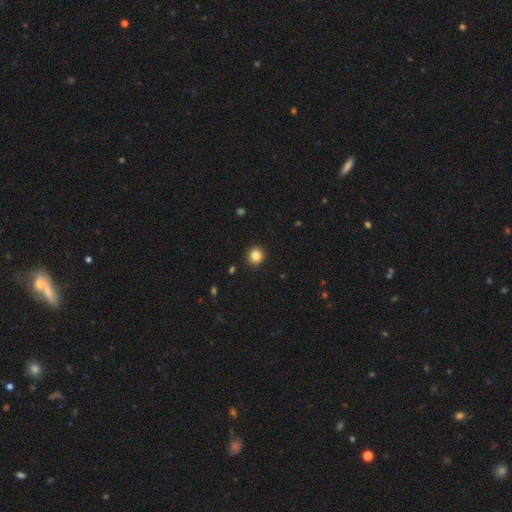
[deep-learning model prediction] Smooth or featured: smooth — 85% (star or artifact — 11%)
How rounded: round — 92% (in between — 7%)
Merging: none — 93% (minor disturbance — 4%)